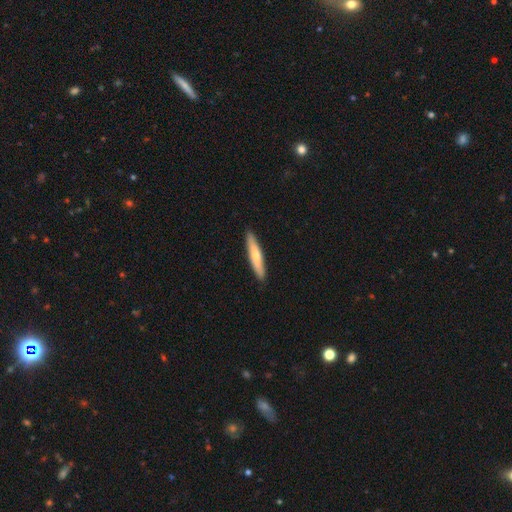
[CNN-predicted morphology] A smooth galaxy with no disk features (64%) that is cigar-shaped (90%).

Vote fractions:
- Smooth or featured? smooth: 64% / featured or disk: 31% / star or artifact: 5%
- How rounded? cigar-shaped: 90% / in between: 8% / round: 1%
- Merging? none: 90% / minor disturbance: 7% / major disturbance: 1% / merger: 1%